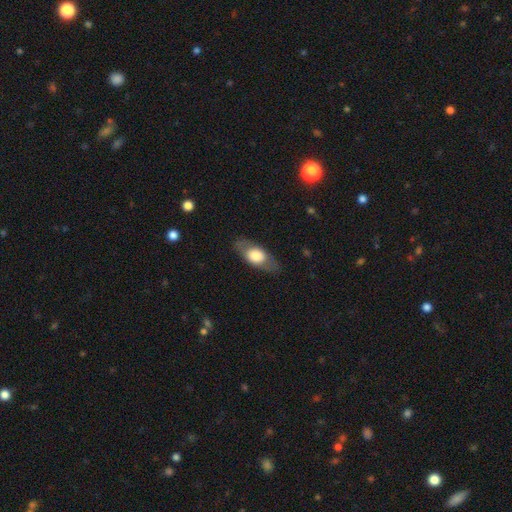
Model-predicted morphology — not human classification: A smooth galaxy with no disk features (56%) that is in between round and cigar-shaped (78%).

Vote fractions:
- Smooth or featured? smooth: 56% / featured or disk: 38% / star or artifact: 6%
- How rounded? in between: 78% / cigar-shaped: 12% / round: 10%
- Merging? none: 81% / minor disturbance: 12% / major disturbance: 5% / merger: 1%